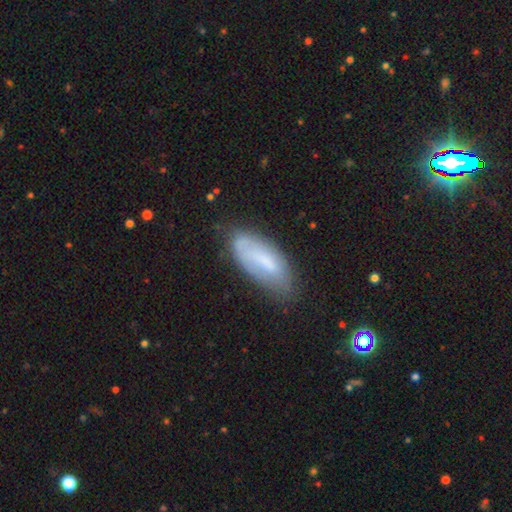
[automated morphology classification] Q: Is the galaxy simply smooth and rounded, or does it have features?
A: smooth — 58%.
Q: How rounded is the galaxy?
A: in between — 75%.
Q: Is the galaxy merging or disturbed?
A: none — 61%.